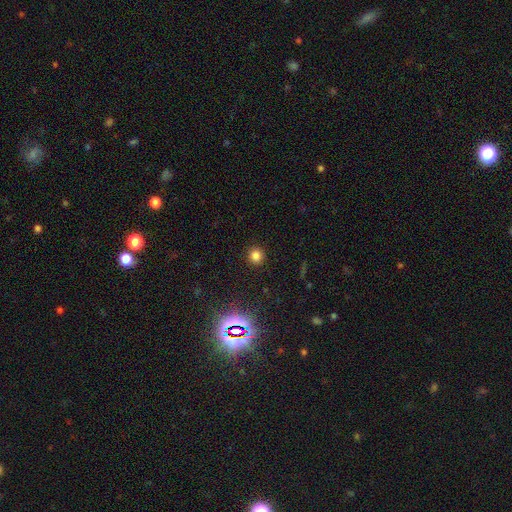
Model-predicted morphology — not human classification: Q: Smooth or featured?
A: smooth (78%); runner-up: star or artifact (17%)
Q: How rounded?
A: round (92%); runner-up: in between (7%)
Q: Merging?
A: none (92%); runner-up: minor disturbance (5%)